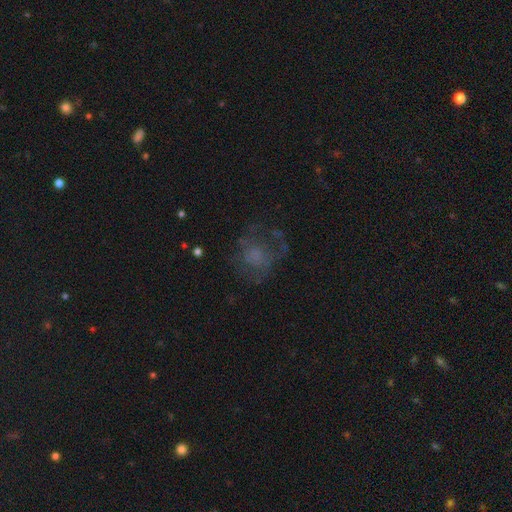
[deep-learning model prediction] smooth_or_featured: smooth (p=0.42) [alt: featured or disk p=0.39]
merging: none (p=0.53) [alt: major disturbance p=0.27]